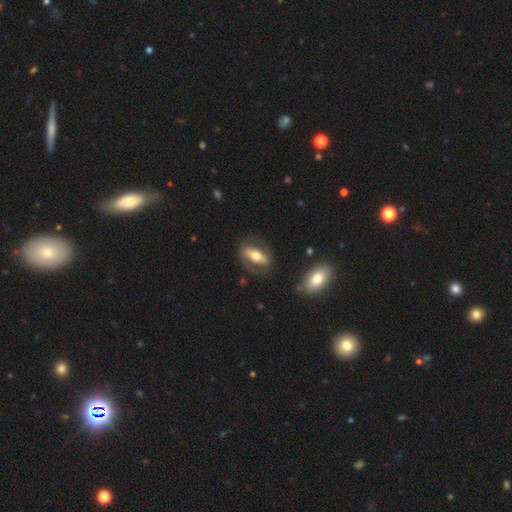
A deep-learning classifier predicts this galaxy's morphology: A featured or disk galaxy (63%).

Vote fractions:
- Smooth or featured? featured or disk: 63% / smooth: 32% / star or artifact: 6%
- Edge-on disk? no: 68% / yes: 32%
- Merging? none: 72% / minor disturbance: 15% / major disturbance: 10% / merger: 3%